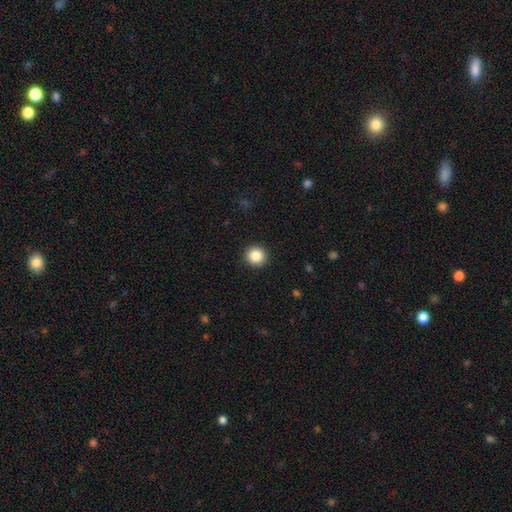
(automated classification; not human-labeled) Smooth or featured: smooth — 86% (star or artifact — 10%)
How rounded: round — 95% (in between — 5%)
Merging: none — 93% (minor disturbance — 5%)